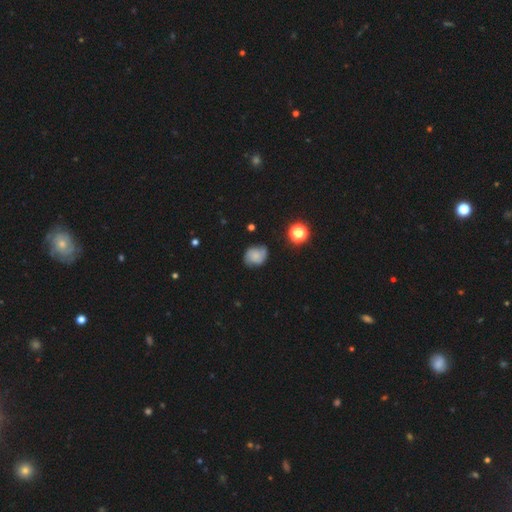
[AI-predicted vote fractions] Morphology: type=smooth (51%); roundness=round (60%); merging=none (65%).